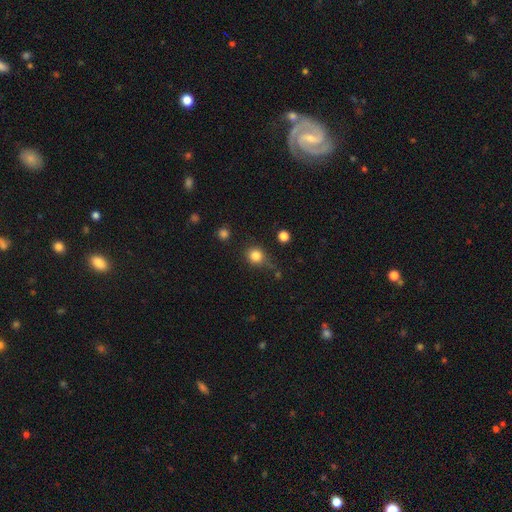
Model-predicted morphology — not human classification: Smooth or featured: smooth — 82% (star or artifact — 13%)
How rounded: round — 89% (in between — 10%)
Merging: none — 71% (minor disturbance — 17%)